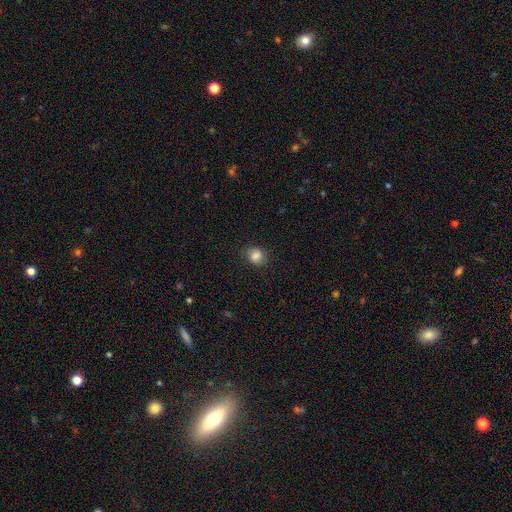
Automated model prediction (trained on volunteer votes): This appears to be a smooth galaxy with no disk features (84%) that is round (64%). Merging: none (81%).